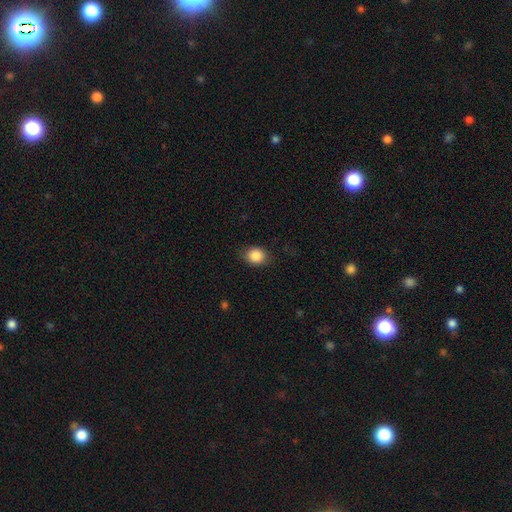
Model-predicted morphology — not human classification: This is clearly a smooth galaxy (87%). How rounded: likely round (63%). Merging: clearly none (83%).